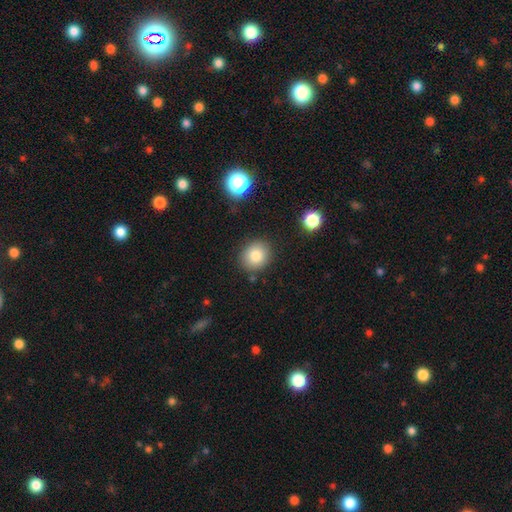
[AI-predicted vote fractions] smooth_or_featured: smooth (p=0.81) [alt: star or artifact p=0.11]
how_rounded: round (p=0.72) [alt: in between p=0.27]
merging: none (p=0.85) [alt: minor disturbance p=0.09]